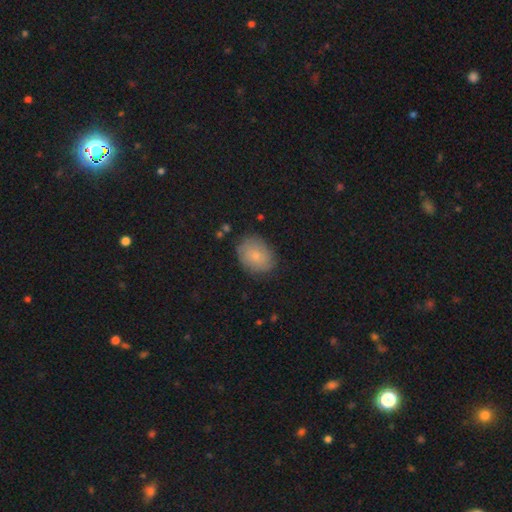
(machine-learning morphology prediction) A smooth galaxy with no disk features (70%) that is in between round and cigar-shaped (66%). Merging: none (80%).